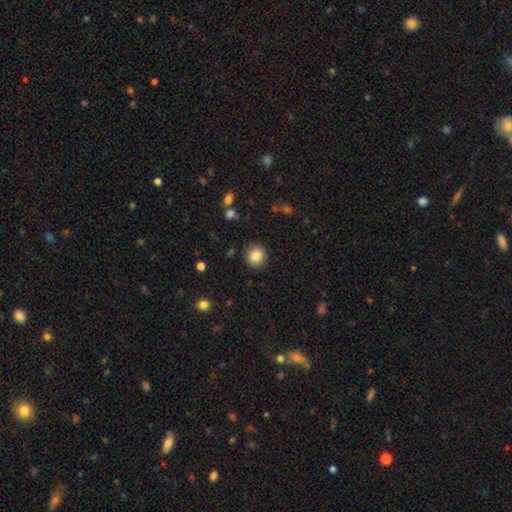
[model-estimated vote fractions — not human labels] Smooth or featured?
  - smooth: 85% *
  - star or artifact: 9%
  - featured or disk: 6%
How rounded?
  - round: 84% *
  - in between: 15%
  - cigar-shaped: 1%
Merging?
  - none: 87% *
  - minor disturbance: 9%
  - major disturbance: 3%
  - merger: 1%